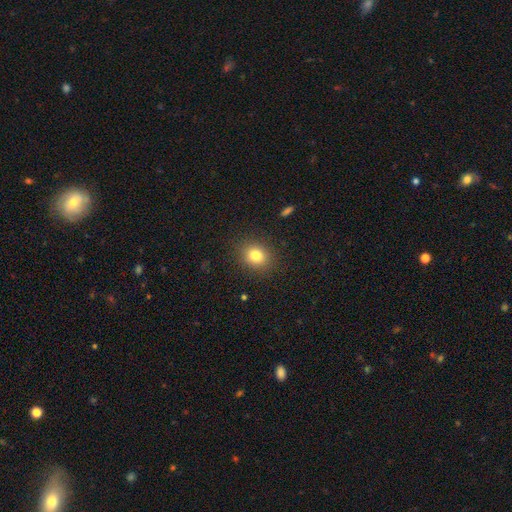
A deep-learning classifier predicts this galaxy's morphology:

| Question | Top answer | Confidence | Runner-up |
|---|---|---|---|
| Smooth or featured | smooth | 80% | star or artifact (12%) |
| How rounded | round | 65% | in between (34%) |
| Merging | none | 88% | minor disturbance (8%) |